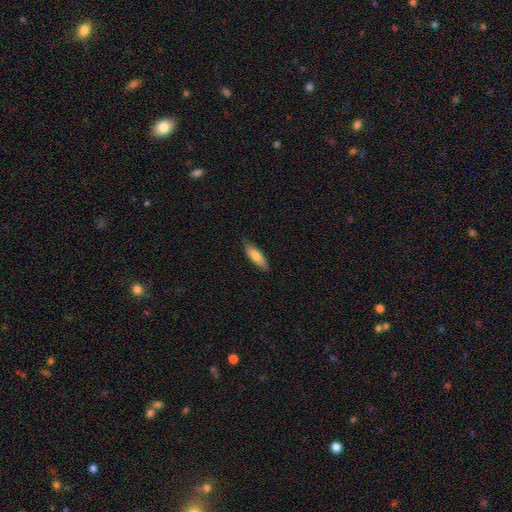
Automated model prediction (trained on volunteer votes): Smooth or featured?
  - smooth: 78% *
  - featured or disk: 17%
  - star or artifact: 6%
How rounded?
  - cigar-shaped: 53% *
  - in between: 46%
  - round: 2%
Merging?
  - none: 85% *
  - minor disturbance: 12%
  - major disturbance: 2%
  - merger: 1%